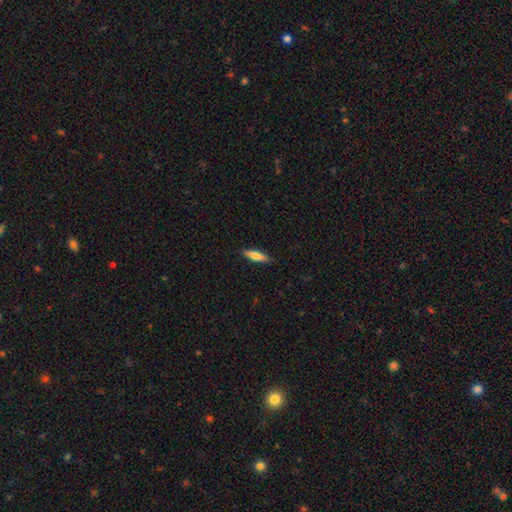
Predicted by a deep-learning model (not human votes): A smooth galaxy with no disk features (69%) that is cigar-shaped (66%). Merging: none (87%).